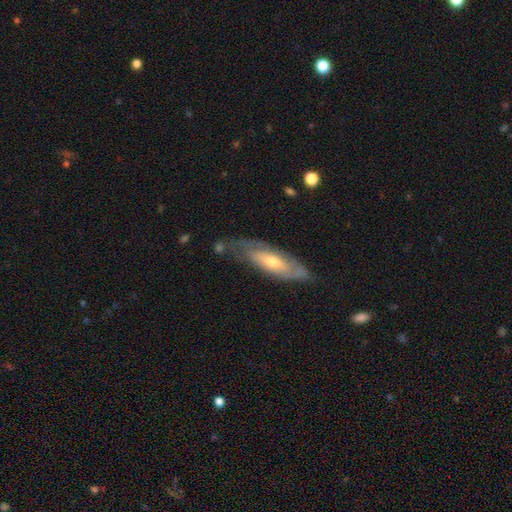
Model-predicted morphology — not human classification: This is likely a featured or disk galaxy (66%). It is likely not viewed edge-on (71%). Merging: likely none (65%).